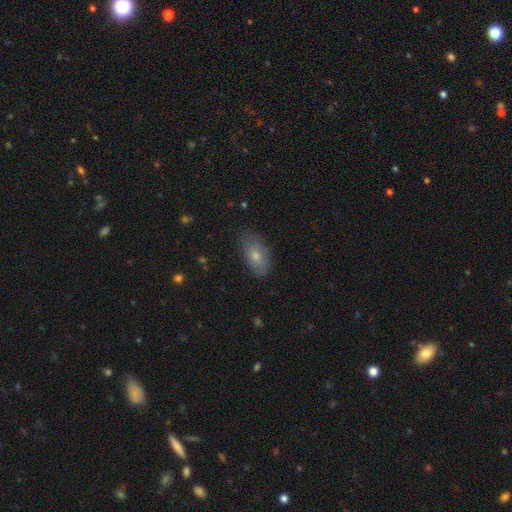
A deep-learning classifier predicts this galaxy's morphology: Smooth or featured: smooth — 70% (featured or disk — 20%)
How rounded: in between — 89% (cigar-shaped — 6%)
Merging: none — 80% (minor disturbance — 16%)